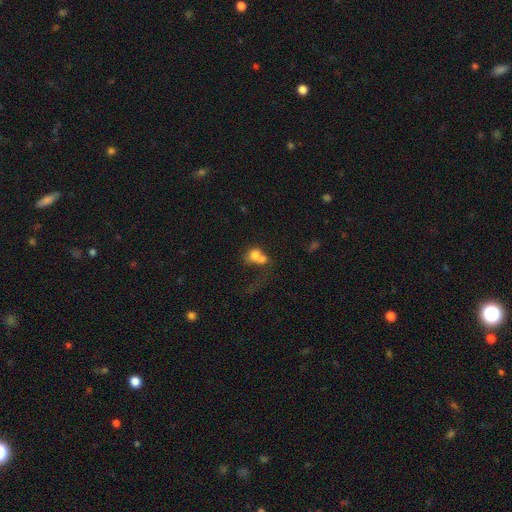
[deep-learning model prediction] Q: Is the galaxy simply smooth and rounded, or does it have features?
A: smooth — 68%.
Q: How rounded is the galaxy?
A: round — 62%.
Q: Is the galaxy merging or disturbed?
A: merger — 64%.